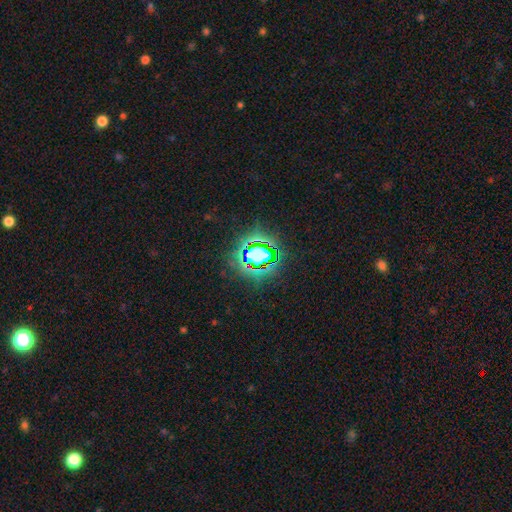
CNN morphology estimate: The model was most divided on "smooth or featured": star or artifact: 82%, smooth: 11%, featured or disk: 7%.